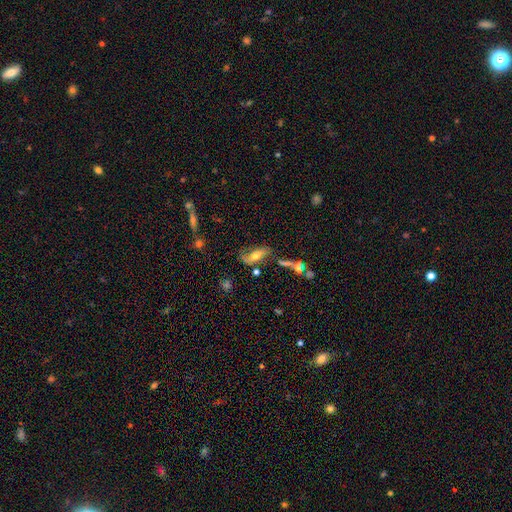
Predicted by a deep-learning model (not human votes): Q: Smooth or featured?
A: featured or disk (46%); runner-up: smooth (44%)
Q: Merging?
A: none (51%); runner-up: minor disturbance (25%)